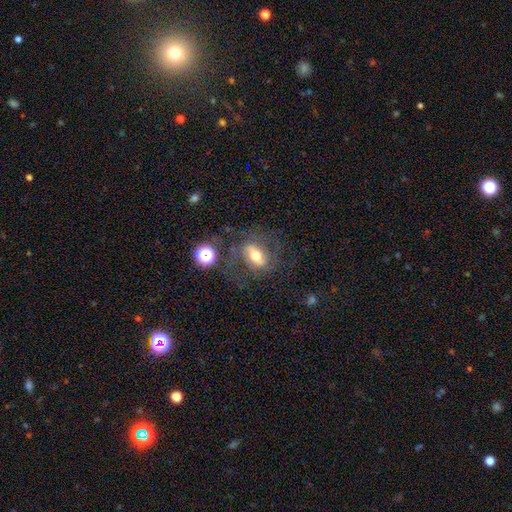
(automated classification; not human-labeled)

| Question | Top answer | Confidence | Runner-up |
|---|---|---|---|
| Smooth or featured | featured or disk | 54% | smooth (34%) |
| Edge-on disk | no | 90% | yes (10%) |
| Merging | none | 60% | minor disturbance (18%) |